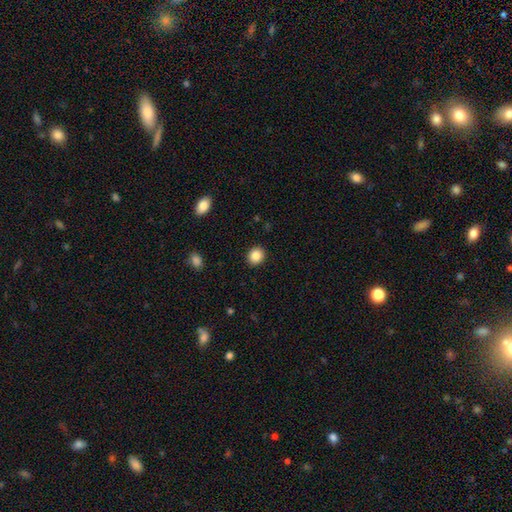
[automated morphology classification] smooth_or_featured: smooth (p=0.86) [alt: star or artifact p=0.09]
how_rounded: round (p=0.76) [alt: in between p=0.23]
merging: none (p=0.91) [alt: minor disturbance p=0.06]